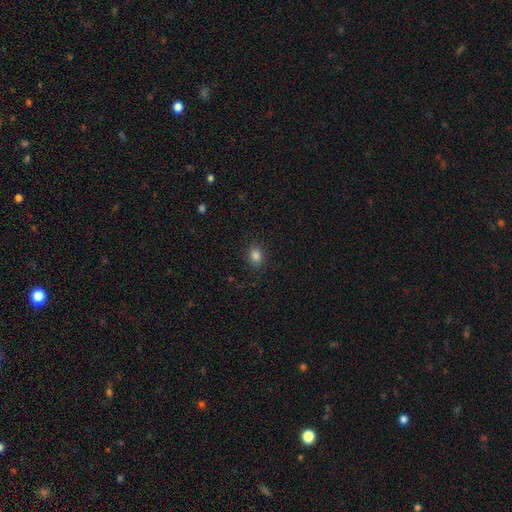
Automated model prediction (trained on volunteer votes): Overall: smooth (84%). How rounded: round (54%; in between 45%). Merging: none (88%).